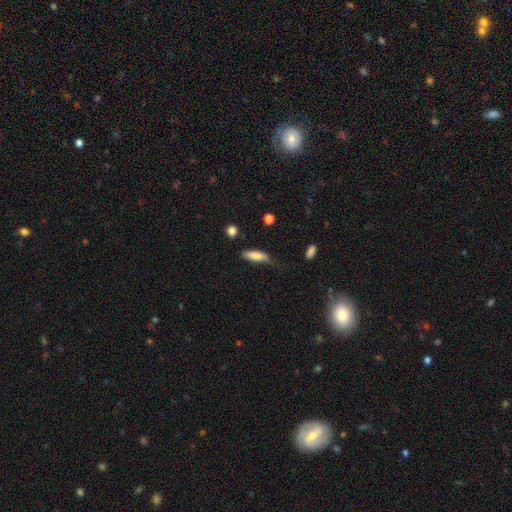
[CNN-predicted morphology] This appears to be a smooth galaxy with no disk features (82%) that is in between round and cigar-shaped (53%). Merging: none (43%).